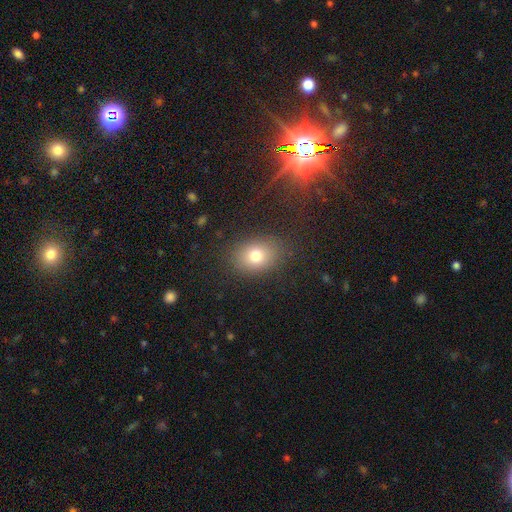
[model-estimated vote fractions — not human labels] Smooth or featured: smooth — 77% (star or artifact — 13%)
How rounded: in between — 60% (round — 39%)
Merging: none — 84% (minor disturbance — 10%)